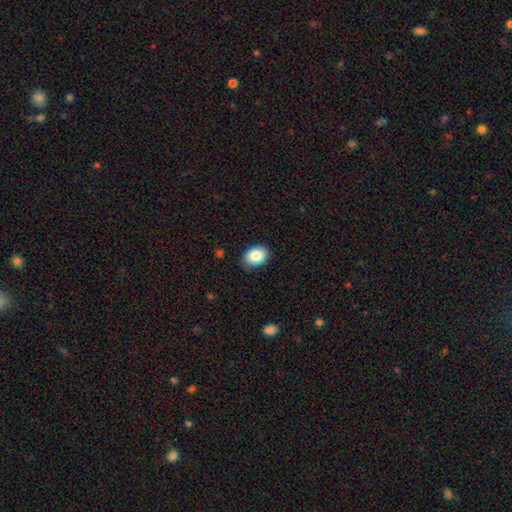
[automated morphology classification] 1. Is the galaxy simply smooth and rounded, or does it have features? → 87% smooth, 8% star or artifact, 6% featured or disk.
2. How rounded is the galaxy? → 77% in between, 22% round, 1% cigar-shaped.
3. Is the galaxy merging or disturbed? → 85% none, 11% minor disturbance, 2% major disturbance, 1% merger.